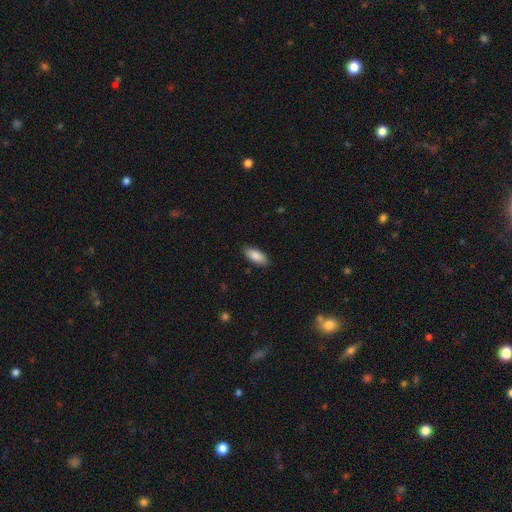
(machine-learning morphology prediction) type=smooth (88%); roundness=in between (87%); merging=none (88%).